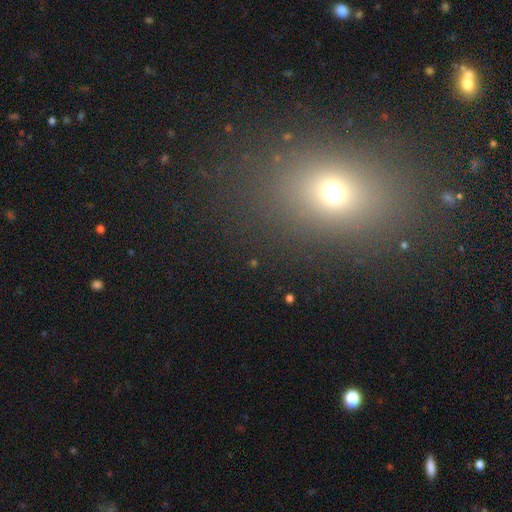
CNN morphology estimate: Smooth or featured? smooth (55%)
How rounded? in between (53%)
Merging? none (84%)